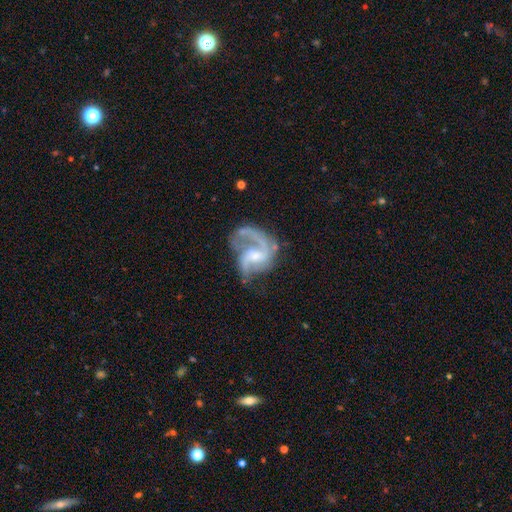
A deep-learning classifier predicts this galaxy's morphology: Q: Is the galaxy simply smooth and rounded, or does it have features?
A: featured or disk — 87%.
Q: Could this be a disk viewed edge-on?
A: no — 98%.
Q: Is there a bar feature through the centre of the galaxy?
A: no — 44%, tied with weak.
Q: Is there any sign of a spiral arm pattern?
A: yes — 95%.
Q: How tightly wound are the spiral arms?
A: medium — 47%.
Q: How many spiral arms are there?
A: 2 — 68%.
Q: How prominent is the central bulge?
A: small — 61%.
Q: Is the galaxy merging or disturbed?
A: none — 45%.